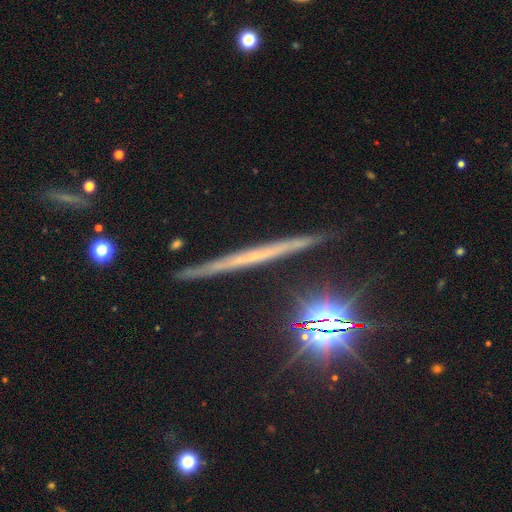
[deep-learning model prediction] Smooth or featured? Predicted: featured or disk (p=0.61). Edge-on disk? Predicted: yes (p=0.97). Edge-on bulge? Predicted: none (p=0.82). Merging? Predicted: none (p=0.88).